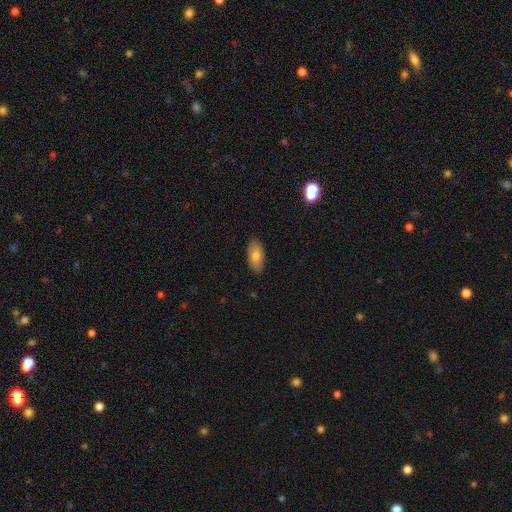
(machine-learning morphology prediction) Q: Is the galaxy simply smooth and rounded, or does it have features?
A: smooth — 79%.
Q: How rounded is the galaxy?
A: in between — 91%.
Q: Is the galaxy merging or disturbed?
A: none — 87%.